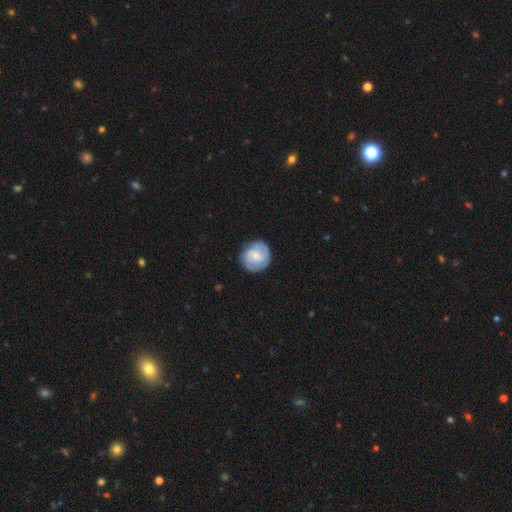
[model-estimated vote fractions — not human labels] A smooth galaxy with no disk features (47%).

Vote fractions:
- Smooth or featured? smooth: 47% / featured or disk: 46% / star or artifact: 6%
- Merging? none: 77% / minor disturbance: 17% / major disturbance: 5% / merger: 1%